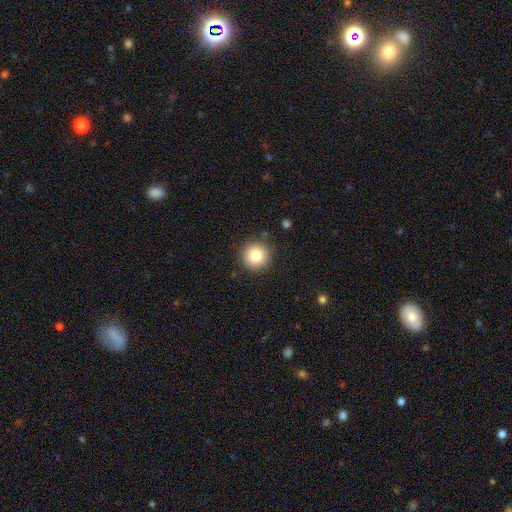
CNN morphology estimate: Smooth or featured: smooth — 80% (star or artifact — 11%)
How rounded: round — 96% (in between — 3%)
Merging: none — 90% (minor disturbance — 7%)